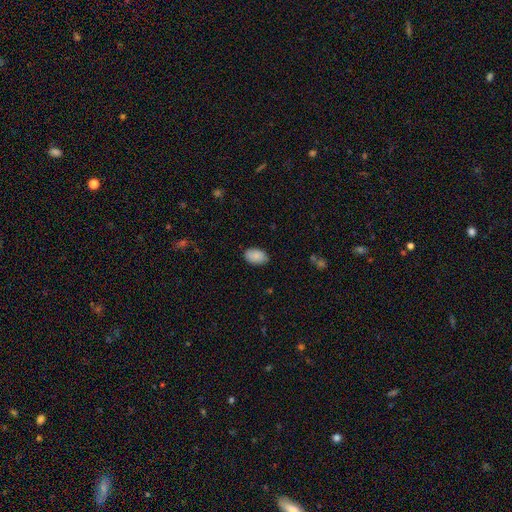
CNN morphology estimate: type=smooth (87%); roundness=in between (92%); merging=none (84%).